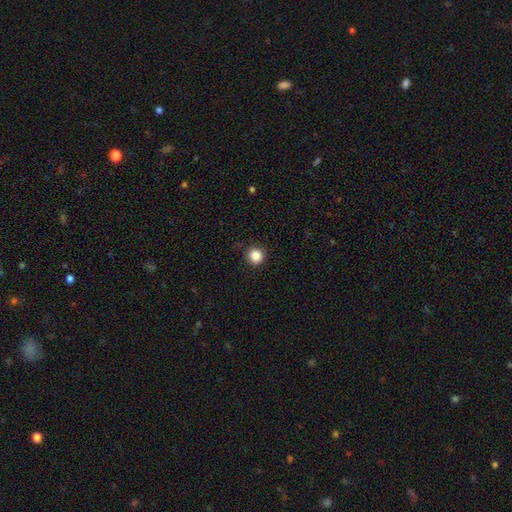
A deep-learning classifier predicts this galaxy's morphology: The model was most divided on "smooth or featured": smooth: 87%, star or artifact: 10%, featured or disk: 3%. More confident: how rounded — round (95%); merging — none (92%).